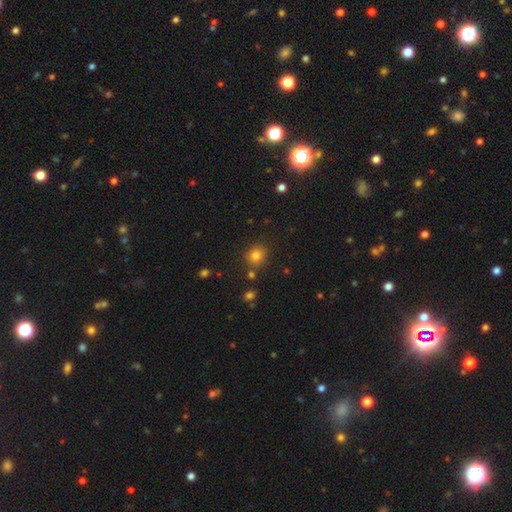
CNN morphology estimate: This appears to be a smooth galaxy with no disk features (79%) that is round (77%). Merging: none (80%).